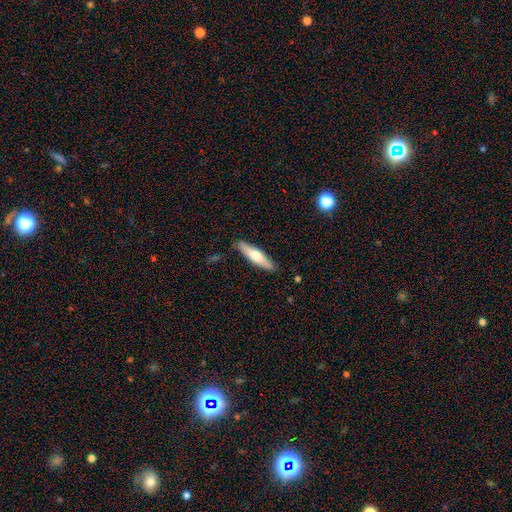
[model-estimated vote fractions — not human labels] Overall: smooth (56%; featured or disk 39%). How rounded: cigar-shaped (76%). Merging: none (86%).